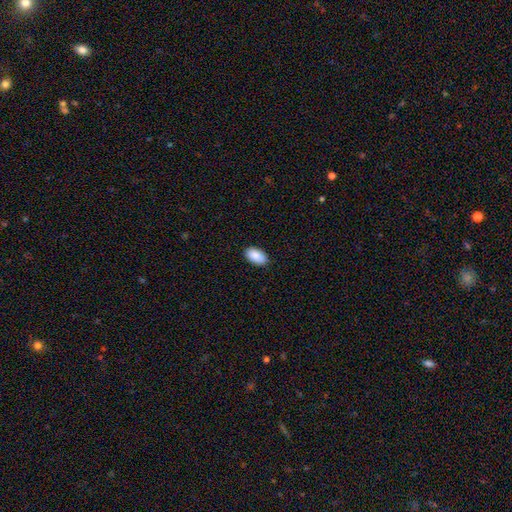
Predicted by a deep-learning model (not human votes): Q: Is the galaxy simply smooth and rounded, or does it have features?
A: smooth — 90%.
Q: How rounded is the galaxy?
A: in between — 95%.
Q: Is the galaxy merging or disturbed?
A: none — 88%.